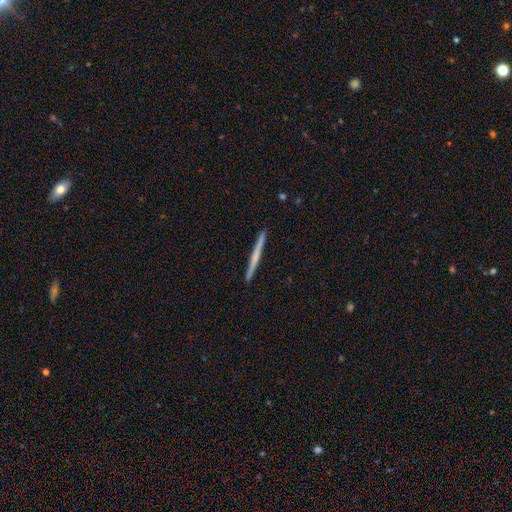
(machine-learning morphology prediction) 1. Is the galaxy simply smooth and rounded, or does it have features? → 51% featured or disk, 44% smooth, 5% star or artifact.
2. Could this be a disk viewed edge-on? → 98% yes, 2% no.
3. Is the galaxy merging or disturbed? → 93% none, 5% minor disturbance, 1% major disturbance, 1% merger.